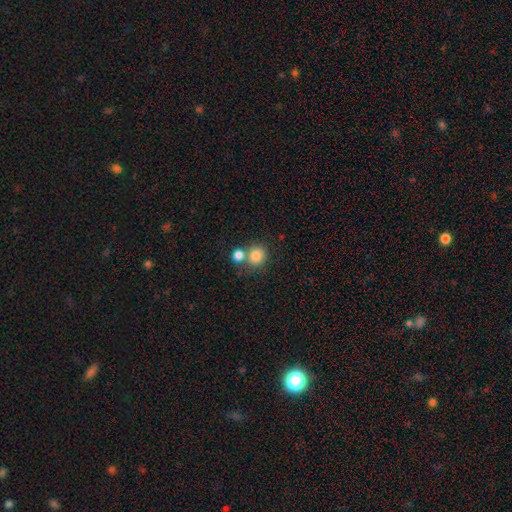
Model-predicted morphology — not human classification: A smooth galaxy with no disk features (82%) that is round (85%).

Vote fractions:
- Smooth or featured? smooth: 82% / star or artifact: 10% / featured or disk: 7%
- How rounded? round: 85% / in between: 14% / cigar-shaped: 1%
- Merging? none: 56% / merger: 33% / minor disturbance: 8% / major disturbance: 3%